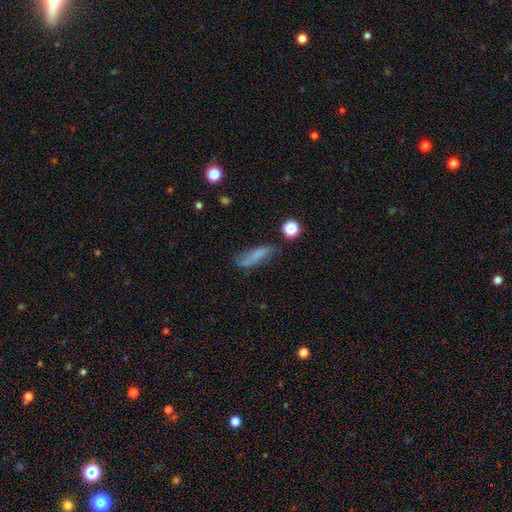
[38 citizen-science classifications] A smooth galaxy with no disk features (66%) that is cigar-shaped (48%).

Vote fractions:
- Smooth or featured? smooth: 66% / featured or disk: 29% / star or artifact: 5%
- How rounded? cigar-shaped: 48% / in between: 36% / round: 16%
- Merging? none: 36% / minor disturbance: 33% / major disturbance: 25% / merger: 6%